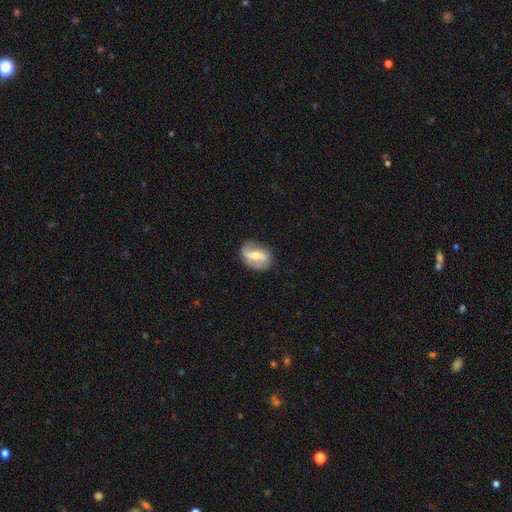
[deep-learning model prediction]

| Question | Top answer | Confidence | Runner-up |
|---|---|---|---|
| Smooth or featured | featured or disk | 62% | smooth (31%) |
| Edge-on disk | no | 95% | yes (5%) |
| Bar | strong | 40% | weak (38%) |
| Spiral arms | yes | 79% | no (21%) |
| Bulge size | moderate | 55% | small (36%) |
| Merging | none | 77% | minor disturbance (16%) |